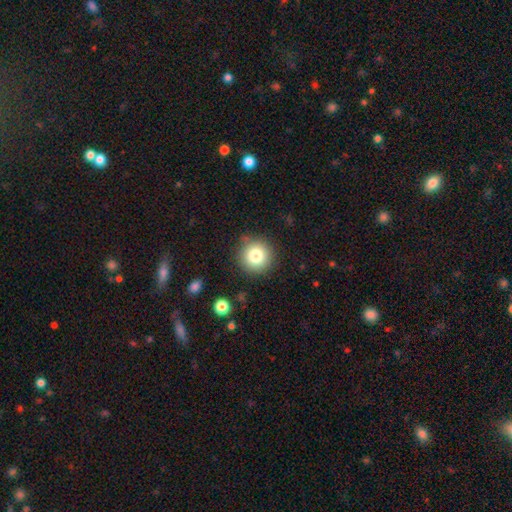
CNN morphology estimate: Smooth or featured?
  - smooth: 80% *
  - star or artifact: 11%
  - featured or disk: 9%
How rounded?
  - round: 94% *
  - in between: 5%
  - cigar-shaped: 1%
Merging?
  - none: 84% *
  - minor disturbance: 11%
  - major disturbance: 3%
  - merger: 2%